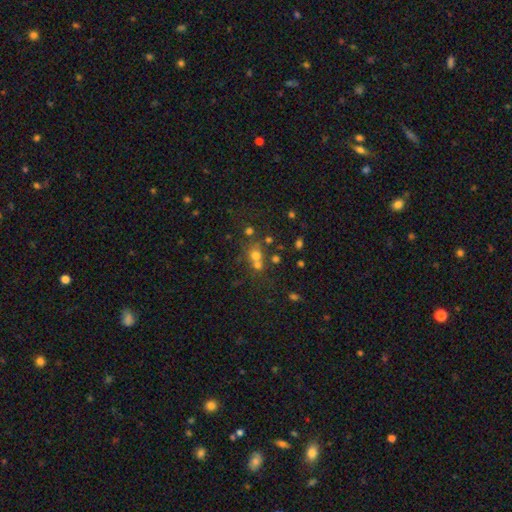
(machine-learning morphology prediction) Smooth or featured: smooth — 60% (star or artifact — 24%)
How rounded: round — 80% (in between — 19%)
Merging: none — 45% (merger — 40%)